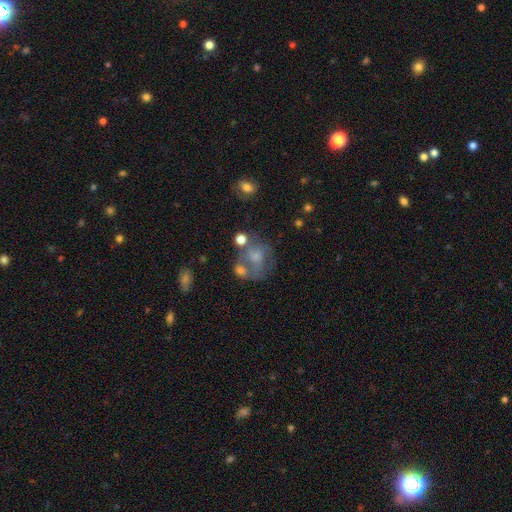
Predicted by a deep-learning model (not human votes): smooth 51%, featured or disk 36%, star or artifact 13%. Down the decision tree: how rounded — round (64%); merging — none (33%).